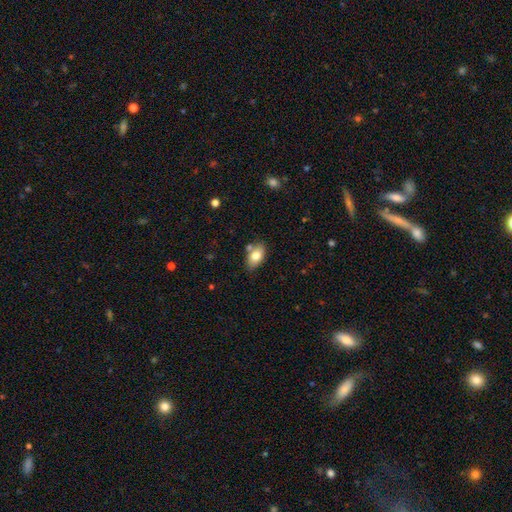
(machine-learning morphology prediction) smooth 78%, featured or disk 14%, star or artifact 8%. Down the decision tree: how rounded — in between (91%); merging — none (72%).